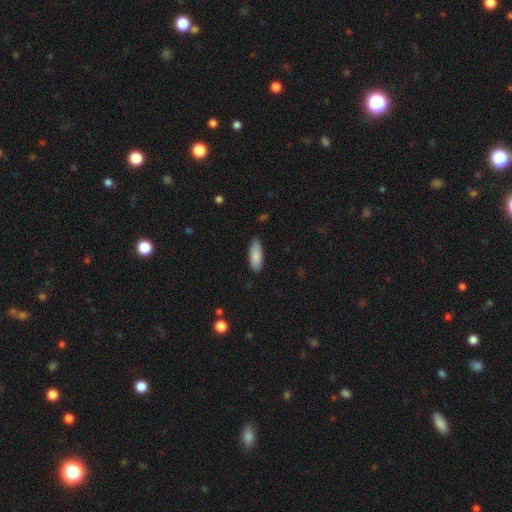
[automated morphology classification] smooth-or-featured: smooth: 86% | featured or disk: 8% | star or artifact: 6%
  how-rounded: in between: 72% | cigar-shaped: 27% | round: 2%
  merging: none: 86% | minor disturbance: 11% | major disturbance: 2% | merger: 1%